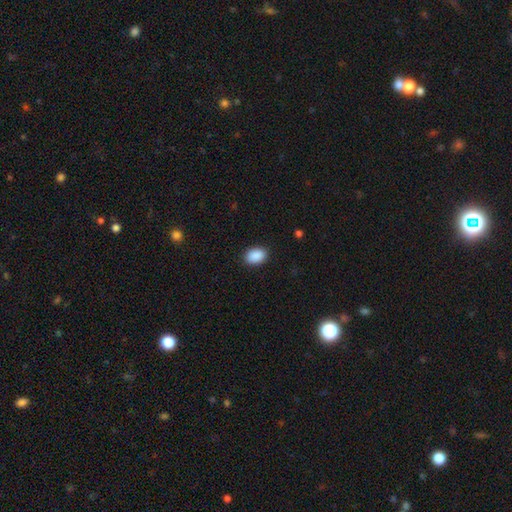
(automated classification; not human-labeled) Q: Smooth or featured?
A: smooth (90%); runner-up: star or artifact (7%)
Q: How rounded?
A: in between (84%); runner-up: round (15%)
Q: Merging?
A: none (89%); runner-up: minor disturbance (8%)